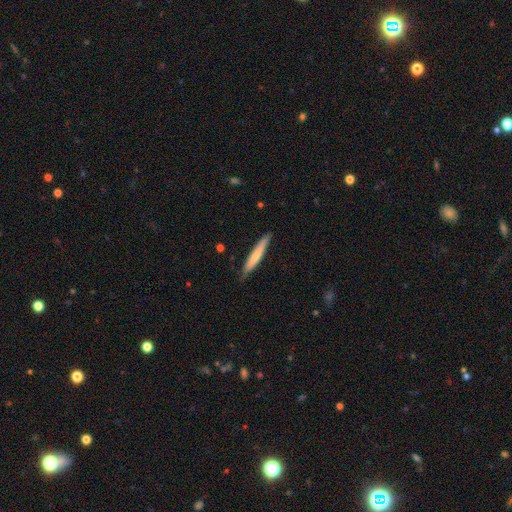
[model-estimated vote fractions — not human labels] Smooth or featured? Predicted: smooth (p=0.64). How rounded? Predicted: cigar-shaped (p=0.95). Merging? Predicted: none (p=0.84).